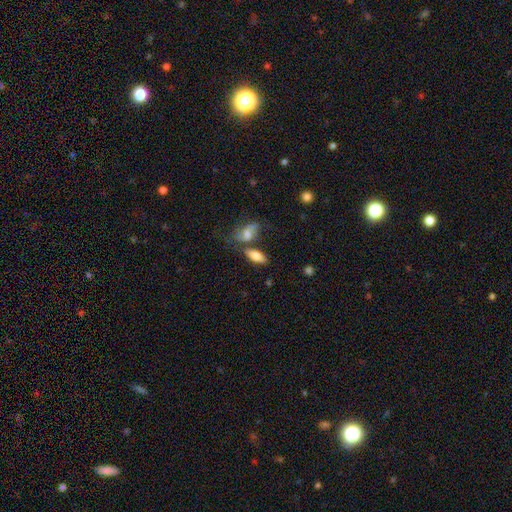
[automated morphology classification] A smooth galaxy with no disk features (74%) that is in between round and cigar-shaped (76%).

Vote fractions:
- Smooth or featured? smooth: 74% / featured or disk: 19% / star or artifact: 8%
- How rounded? in between: 76% / cigar-shaped: 21% / round: 3%
- Merging? none: 56% / merger: 24% / minor disturbance: 14% / major disturbance: 6%